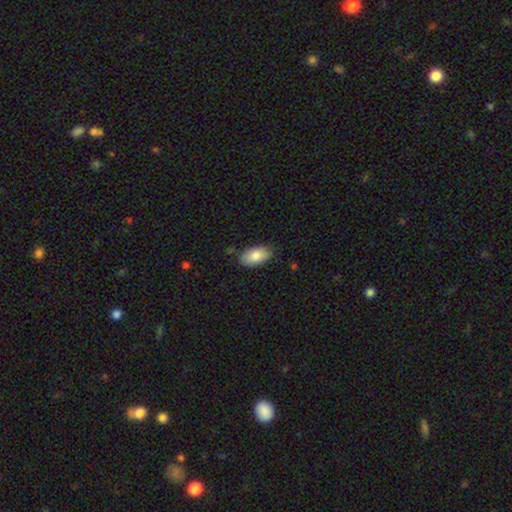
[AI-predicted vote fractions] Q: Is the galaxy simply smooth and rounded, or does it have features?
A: smooth — 82%.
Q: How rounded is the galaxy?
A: in between — 94%.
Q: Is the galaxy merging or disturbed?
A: none — 83%.